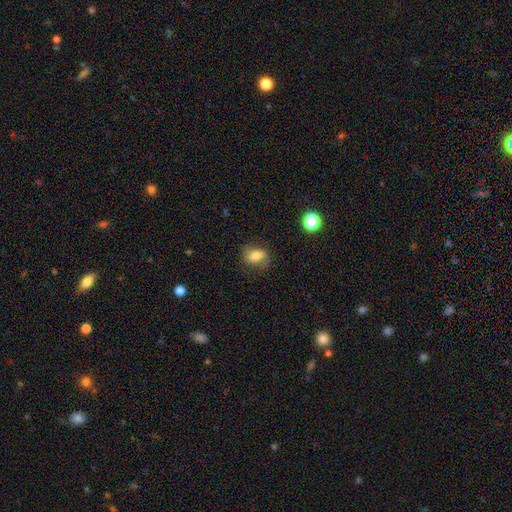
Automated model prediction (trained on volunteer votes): This appears to be a smooth galaxy with no disk features (68%) that is in between round and cigar-shaped (74%). Merging: none (73%).